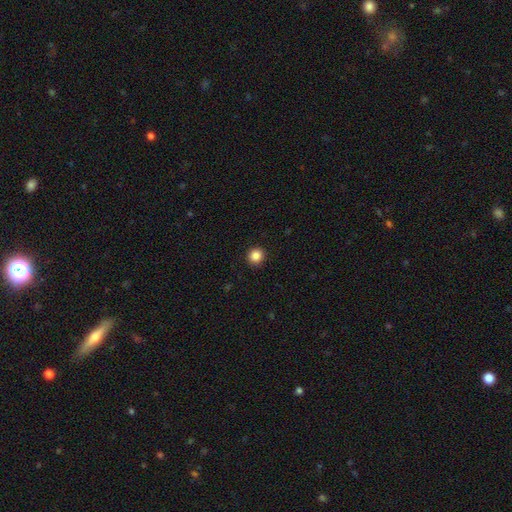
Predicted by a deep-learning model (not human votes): Morphology: type=smooth (86%); roundness=round (94%); merging=none (93%).